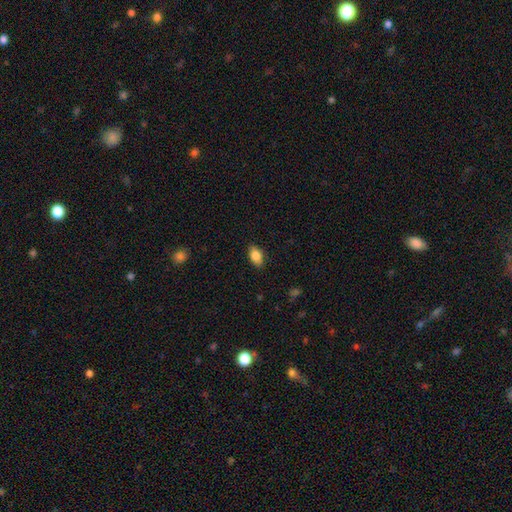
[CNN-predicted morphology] Smooth or featured? smooth (84%)
How rounded? in between (90%)
Merging? none (87%)